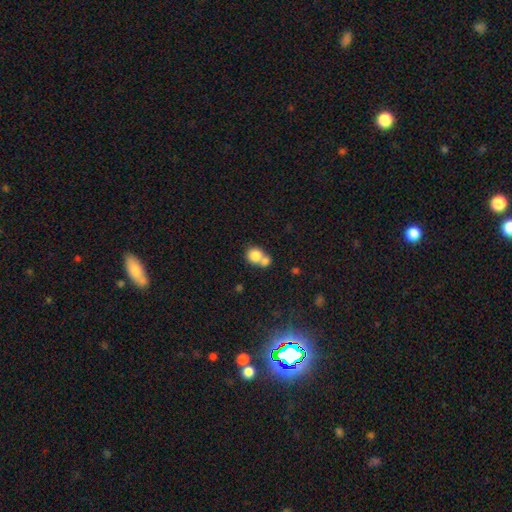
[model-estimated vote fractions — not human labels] Q: Smooth or featured?
A: smooth (80%); runner-up: featured or disk (11%)
Q: How rounded?
A: round (75%); runner-up: in between (24%)
Q: Merging?
A: merger (56%); runner-up: none (33%)